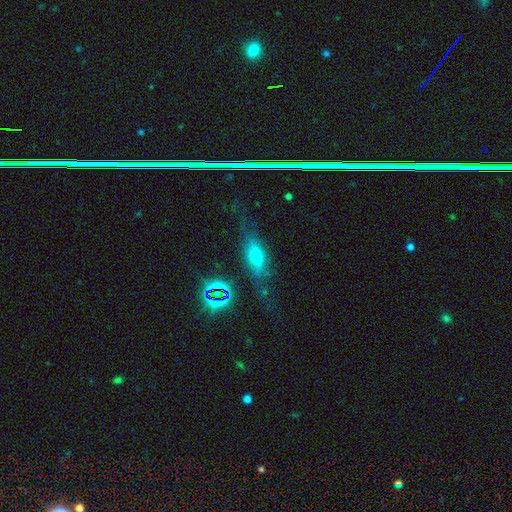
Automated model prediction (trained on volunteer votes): smooth 44%, featured or disk 40%, star or artifact 16%. Down the decision tree: merging — none (62%).